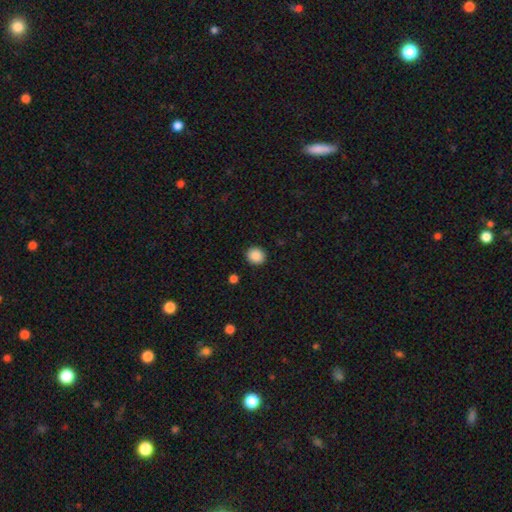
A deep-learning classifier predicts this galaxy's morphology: Smooth or featured: smooth — 89% (star or artifact — 9%)
How rounded: round — 81% (in between — 18%)
Merging: none — 91% (minor disturbance — 6%)